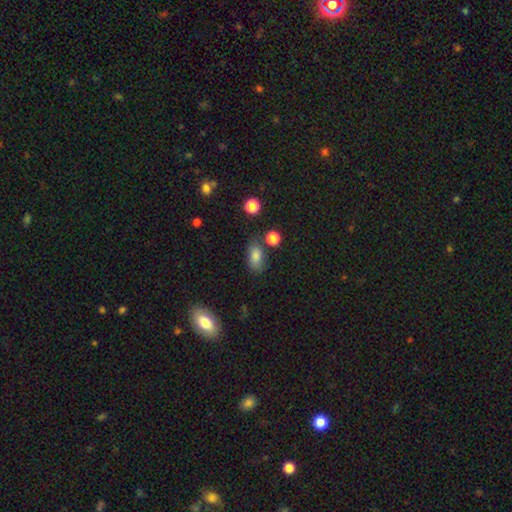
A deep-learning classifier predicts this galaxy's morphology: Q: Smooth or featured?
A: smooth (81%); runner-up: star or artifact (12%)
Q: How rounded?
A: in between (87%); runner-up: round (9%)
Q: Merging?
A: none (71%); runner-up: minor disturbance (18%)